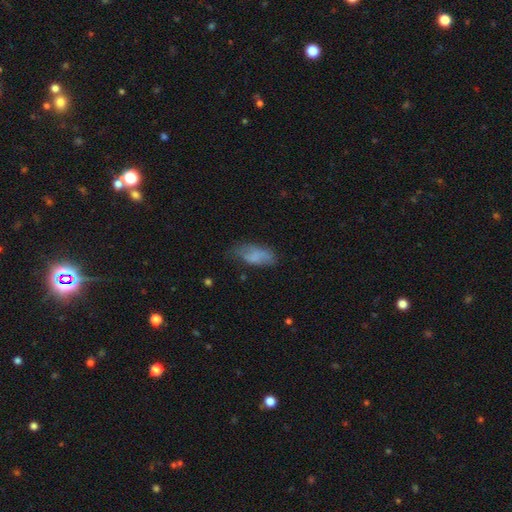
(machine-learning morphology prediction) The model was most divided on "merging": none: 49%, minor disturbance: 32%, major disturbance: 15%, merger: 3%. More confident: how rounded — in between (87%); smooth or featured — smooth (71%).